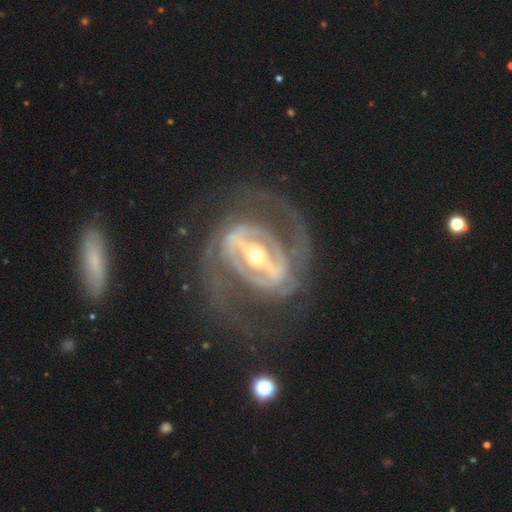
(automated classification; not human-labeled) Smooth or featured?
  - featured or disk: 91% *
  - star or artifact: 5%
  - smooth: 4%
Edge-on disk?
  - no: 95% *
  - yes: 5%
Bar?
  - strong: 78% *
  - weak: 16%
  - no: 6%
Spiral arms?
  - yes: 89% *
  - no: 11%
Spiral winding?
  - tight: 45% *
  - medium: 41%
  - loose: 14%
Spiral arm count?
  - 2: 72% *
  - can't tell: 11%
  - 3: 8%
  - 1: 3%
  - 4: 3%
  - more than 4: 3%
Bulge size?
  - moderate: 50% *
  - small: 44%
  - large: 4%
  - dominant: 1%
  - none: 1%
Merging?
  - none: 67% *
  - major disturbance: 18%
  - minor disturbance: 13%
  - merger: 2%